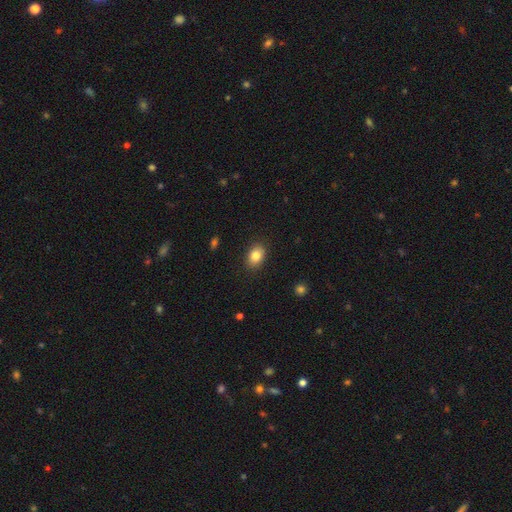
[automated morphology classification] This appears to be a smooth galaxy with no disk features (84%) that is in between round and cigar-shaped (75%). Merging: none (88%).